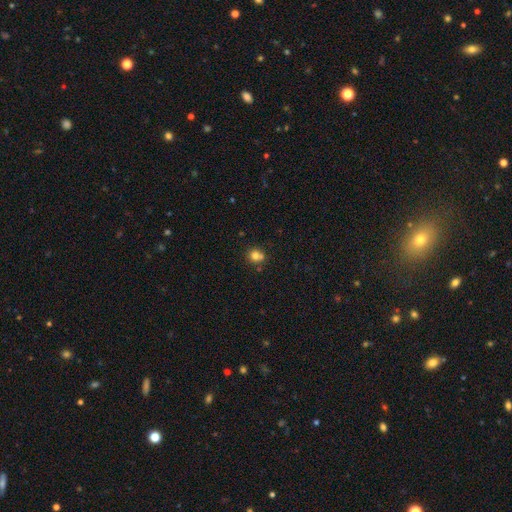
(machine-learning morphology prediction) Smooth or featured: smooth — 77% (star or artifact — 13%)
How rounded: round — 87% (in between — 13%)
Merging: none — 62% (merger — 23%)